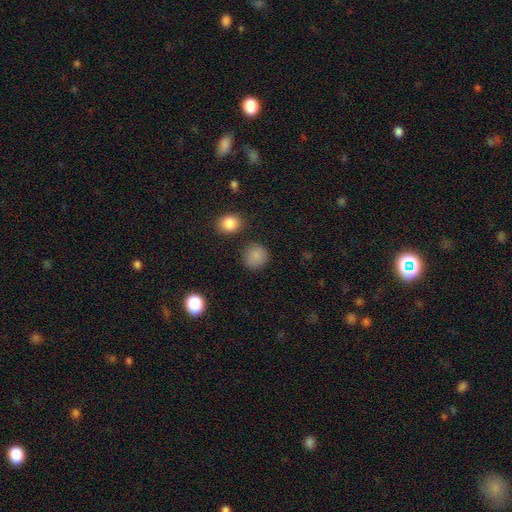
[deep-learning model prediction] Q: Smooth or featured?
A: smooth (85%); runner-up: star or artifact (10%)
Q: How rounded?
A: round (88%); runner-up: in between (11%)
Q: Merging?
A: none (84%); runner-up: minor disturbance (10%)